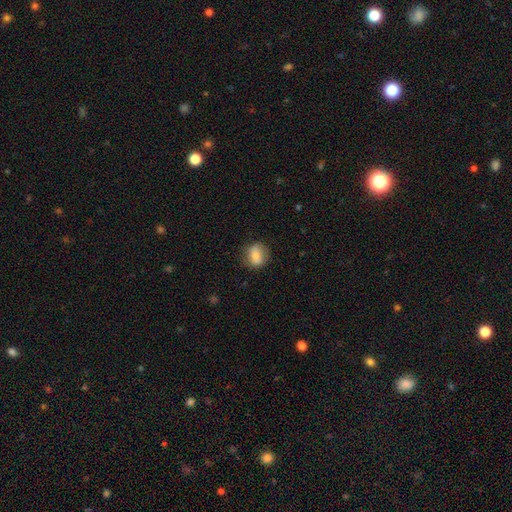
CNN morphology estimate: smooth 76%, featured or disk 16%, star or artifact 8%. Down the decision tree: how rounded — round (55%); merging — none (75%).